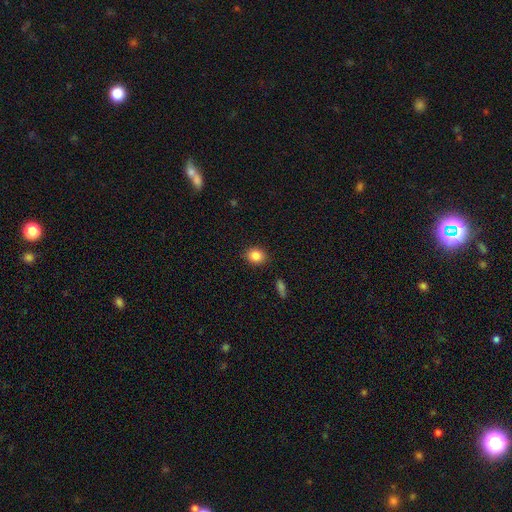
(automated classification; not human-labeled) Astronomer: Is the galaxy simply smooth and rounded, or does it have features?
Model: smooth — 85%.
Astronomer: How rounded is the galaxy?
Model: round — 55% (runner-up: in between, 44%).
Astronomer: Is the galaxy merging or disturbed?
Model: none — 89%.